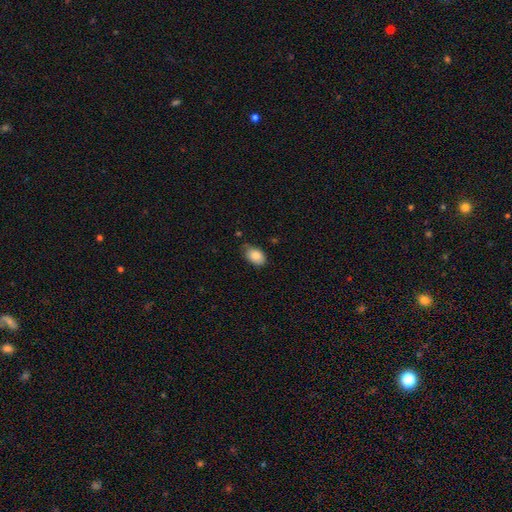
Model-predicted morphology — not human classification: This appears to be a smooth galaxy with no disk features (85%) that is in between round and cigar-shaped (89%). Merging: none (67%).